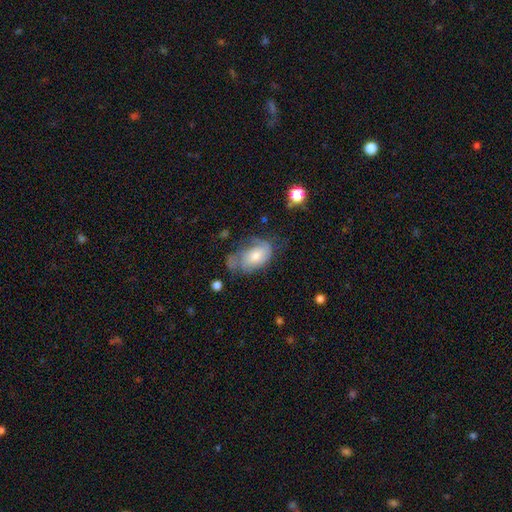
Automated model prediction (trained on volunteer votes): Q: Smooth or featured?
A: featured or disk (47%); runner-up: smooth (45%)
Q: Merging?
A: none (39%); runner-up: minor disturbance (32%)